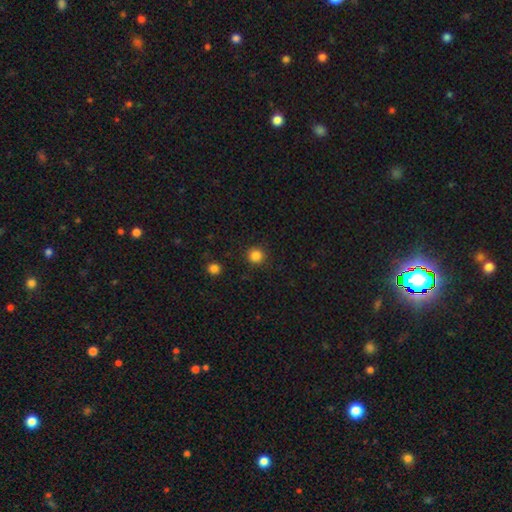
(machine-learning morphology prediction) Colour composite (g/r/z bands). It shows a smooth galaxy with no disk features (85%) that is round (94%). Merging: none (91%).